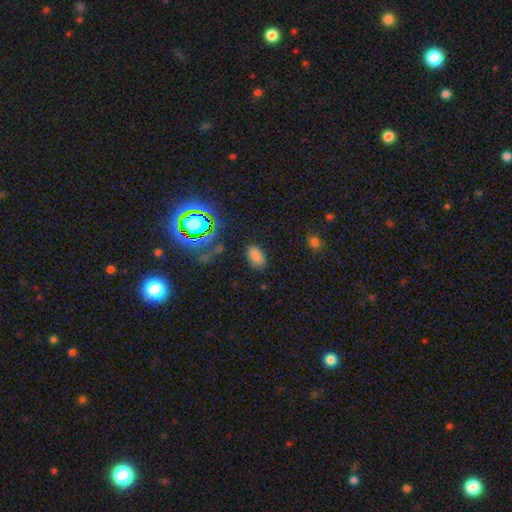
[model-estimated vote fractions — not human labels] Smooth or featured?
  - smooth: 76% *
  - star or artifact: 17%
  - featured or disk: 7%
How rounded?
  - in between: 88% *
  - round: 10%
  - cigar-shaped: 1%
Merging?
  - none: 82% *
  - minor disturbance: 12%
  - major disturbance: 4%
  - merger: 2%